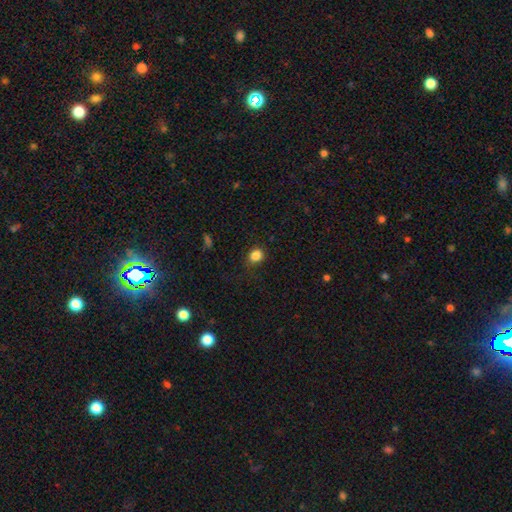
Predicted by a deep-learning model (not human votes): This appears to be a smooth galaxy with no disk features (85%) that is round (67%). Merging: none (79%).